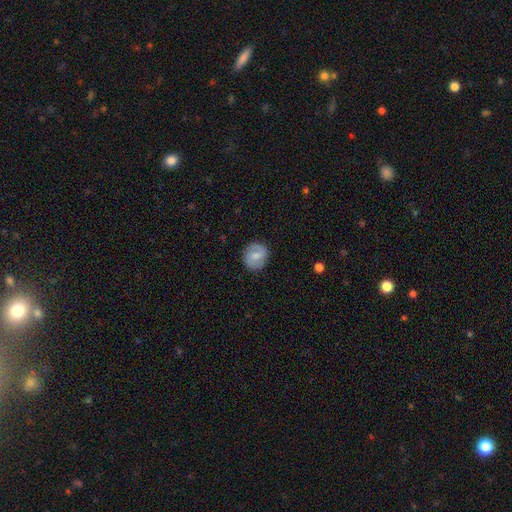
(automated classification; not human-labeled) smooth-or-featured: smooth: 59% | featured or disk: 34% | star or artifact: 7%
  how-rounded: round: 85% | in between: 14% | cigar-shaped: 1%
  merging: none: 87% | minor disturbance: 9% | major disturbance: 2% | merger: 1%